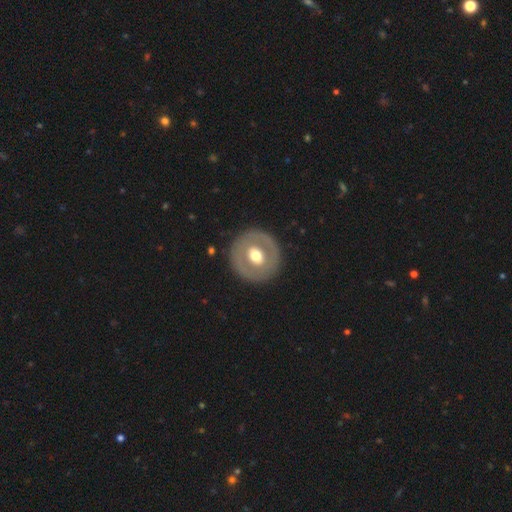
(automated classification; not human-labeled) Smooth or featured?
  - featured or disk: 51% *
  - smooth: 44%
  - star or artifact: 5%
Edge-on disk?
  - no: 94% *
  - yes: 6%
Merging?
  - none: 86% *
  - minor disturbance: 8%
  - major disturbance: 4%
  - merger: 1%